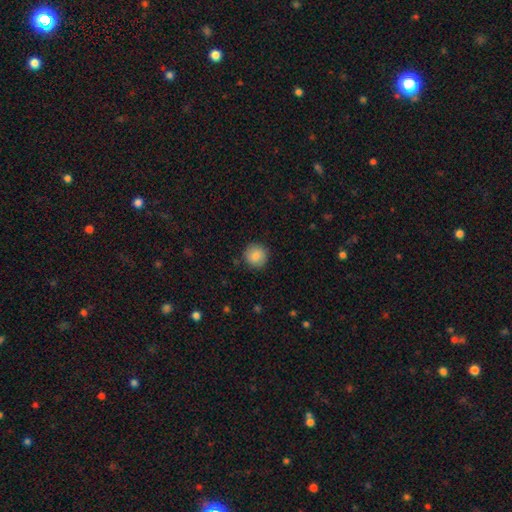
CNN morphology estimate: smooth 86%, star or artifact 8%, featured or disk 6%. Down the decision tree: how rounded — round (93%); merging — none (88%).